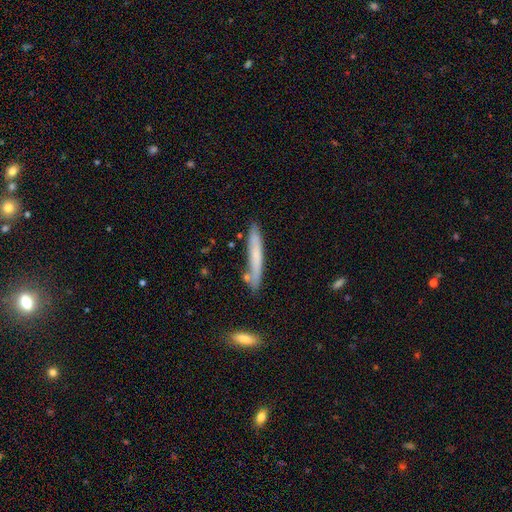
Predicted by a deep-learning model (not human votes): Morphology: type=smooth (59%); roundness=cigar-shaped (95%); merging=none (75%).